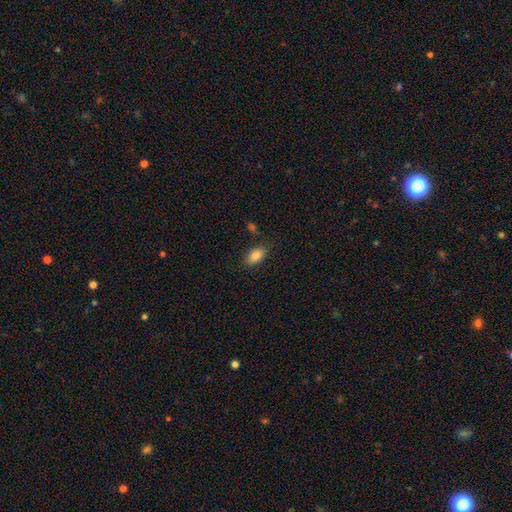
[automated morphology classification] A smooth galaxy with no disk features (84%) that is in between round and cigar-shaped (91%). Merging: none (82%).